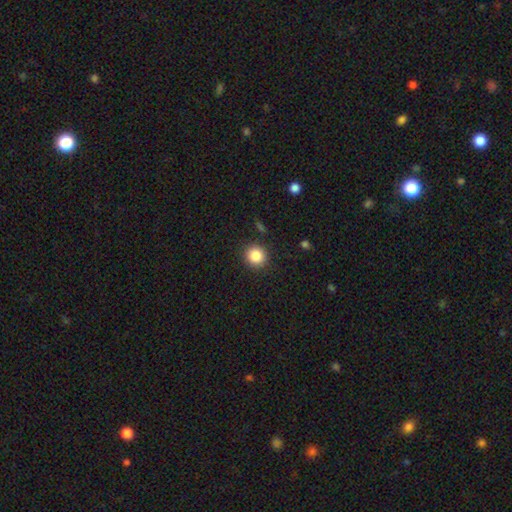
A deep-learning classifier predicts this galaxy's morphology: type=smooth (86%); roundness=round (91%); merging=none (89%).